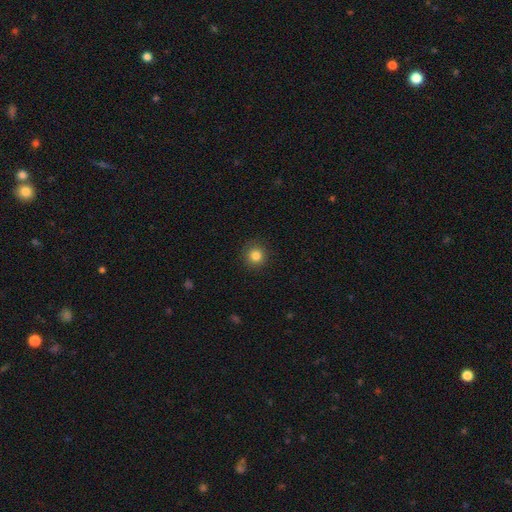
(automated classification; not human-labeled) Q: Smooth or featured?
A: smooth (85%); runner-up: star or artifact (11%)
Q: How rounded?
A: round (93%); runner-up: in between (6%)
Q: Merging?
A: none (90%); runner-up: minor disturbance (7%)